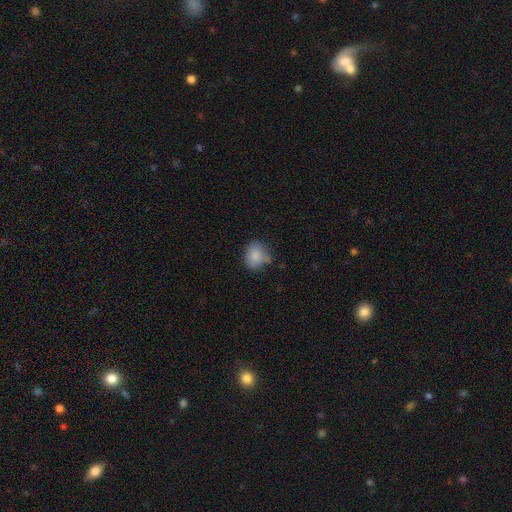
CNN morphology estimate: A smooth galaxy with no disk features (83%) that is round (57%).

Vote fractions:
- Smooth or featured? smooth: 83% / star or artifact: 9% / featured or disk: 9%
- How rounded? round: 57% / in between: 42% / cigar-shaped: 1%
- Merging? none: 59% / minor disturbance: 28% / major disturbance: 7% / merger: 7%